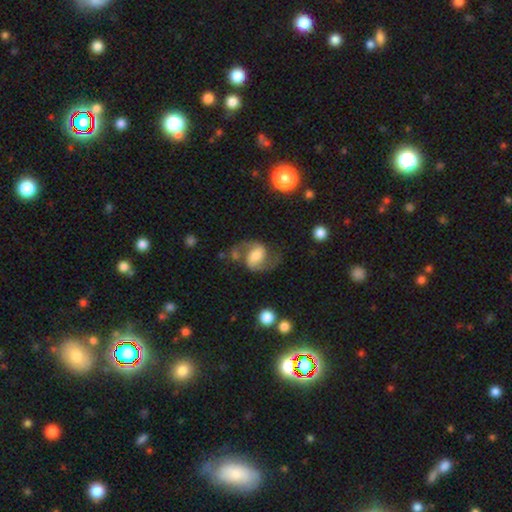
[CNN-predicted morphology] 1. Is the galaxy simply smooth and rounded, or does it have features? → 81% featured or disk, 12% smooth, 6% star or artifact.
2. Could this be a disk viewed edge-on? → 98% no, 2% yes.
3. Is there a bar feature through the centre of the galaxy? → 44% weak, 31% no, 24% strong.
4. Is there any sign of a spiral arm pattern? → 95% yes, 5% no.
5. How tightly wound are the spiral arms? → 50% medium, 39% loose, 10% tight.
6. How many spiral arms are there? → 93% 2, 2% can't tell, 2% 1, 1% 3, 1% 4, 1% more than 4.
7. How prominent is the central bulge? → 45% moderate, 26% large, 19% small, 6% none, 4% dominant.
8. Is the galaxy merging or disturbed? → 67% none, 16% minor disturbance, 12% major disturbance, 4% merger.